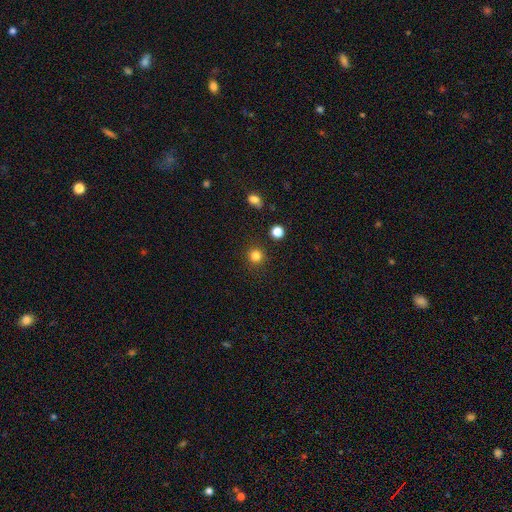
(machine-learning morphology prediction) Q: Smooth or featured?
A: smooth (82%); runner-up: star or artifact (14%)
Q: How rounded?
A: round (94%); runner-up: in between (5%)
Q: Merging?
A: none (90%); runner-up: minor disturbance (6%)